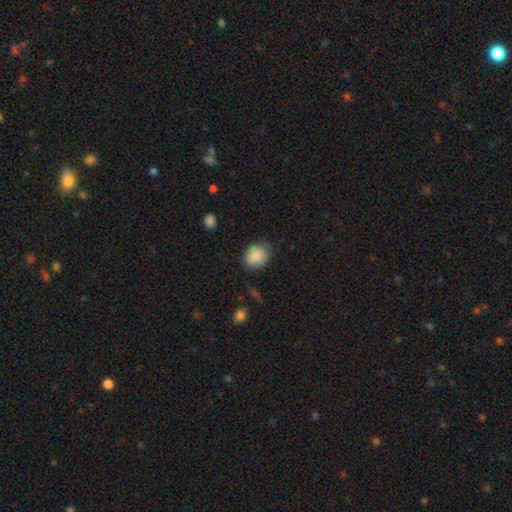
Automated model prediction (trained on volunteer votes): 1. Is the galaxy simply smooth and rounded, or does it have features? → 86% smooth, 8% star or artifact, 6% featured or disk.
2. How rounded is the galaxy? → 54% round, 45% in between, 1% cigar-shaped.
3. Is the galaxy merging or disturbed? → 76% none, 18% minor disturbance, 4% major disturbance, 1% merger.